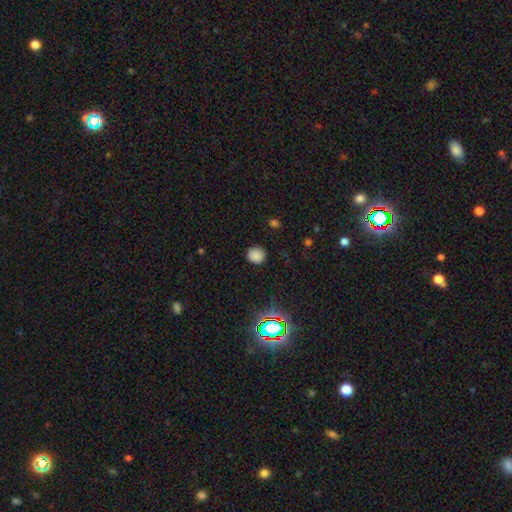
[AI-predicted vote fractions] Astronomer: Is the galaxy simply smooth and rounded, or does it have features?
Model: smooth — 79%.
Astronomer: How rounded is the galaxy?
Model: round — 85%.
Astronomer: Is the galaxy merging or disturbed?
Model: none — 86%.